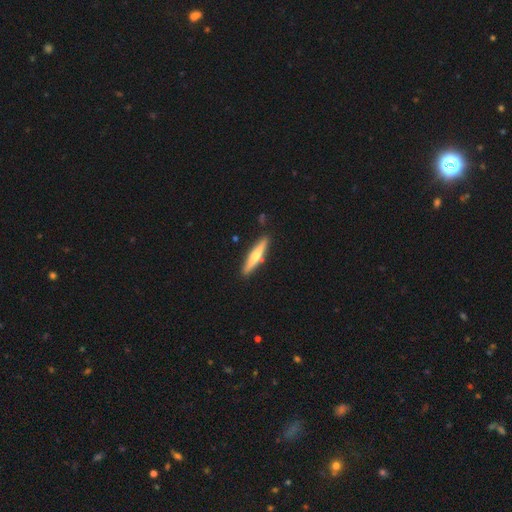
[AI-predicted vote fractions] Overall: featured or disk (55%; smooth 40%). Edge-on disk: yes (96%). Edge-on bulge: rounded (87%). Merging: none (88%).